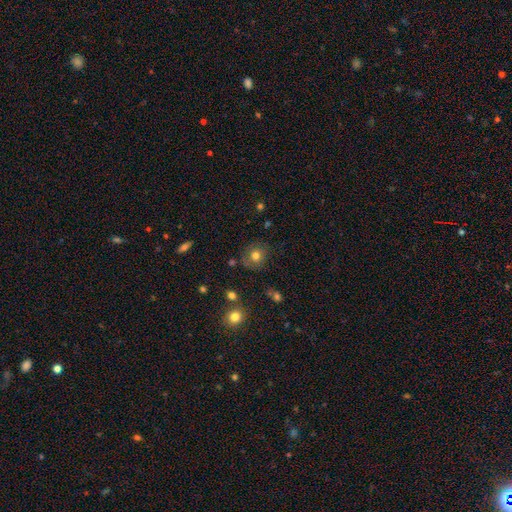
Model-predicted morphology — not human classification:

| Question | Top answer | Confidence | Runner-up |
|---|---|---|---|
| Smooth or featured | smooth | 74% | star or artifact (13%) |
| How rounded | round | 86% | in between (13%) |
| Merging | none | 81% | minor disturbance (12%) |